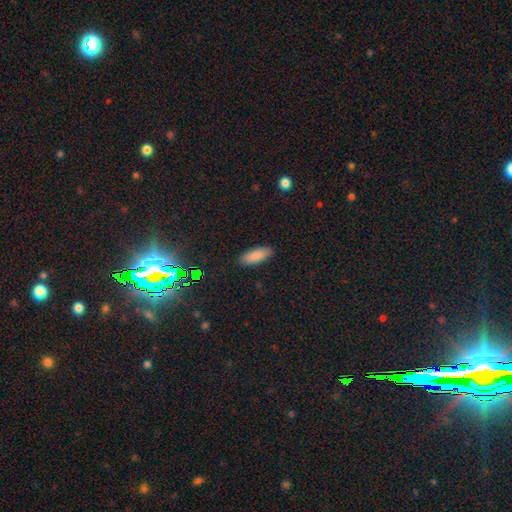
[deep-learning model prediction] The model was most divided on "how rounded": in between: 70%, cigar-shaped: 28%, round: 2%. More confident: merging — none (88%); smooth or featured — smooth (87%).